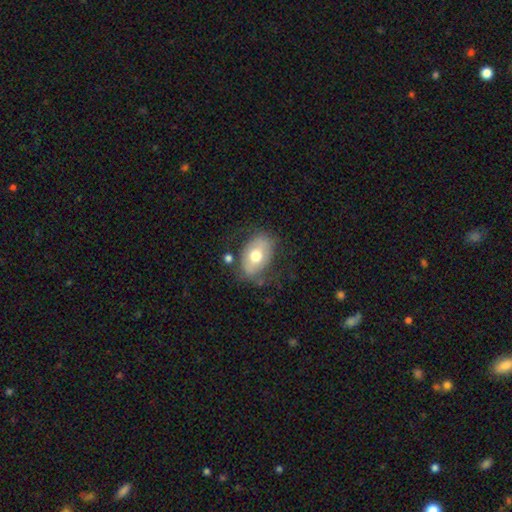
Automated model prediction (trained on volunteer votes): A smooth galaxy with no disk features (60%) that is in between round and cigar-shaped (84%).

Vote fractions:
- Smooth or featured? smooth: 60% / featured or disk: 33% / star or artifact: 7%
- How rounded? in between: 84% / round: 15% / cigar-shaped: 1%
- Merging? none: 66% / minor disturbance: 20% / major disturbance: 9% / merger: 4%